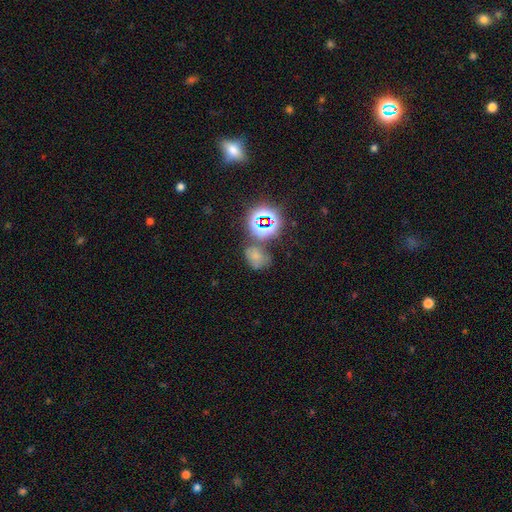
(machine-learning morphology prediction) Smooth or featured?
  - smooth: 54% *
  - star or artifact: 33%
  - featured or disk: 14%
How rounded?
  - in between: 63% *
  - round: 36%
  - cigar-shaped: 1%
Merging?
  - none: 47% *
  - merger: 22%
  - minor disturbance: 20%
  - major disturbance: 11%